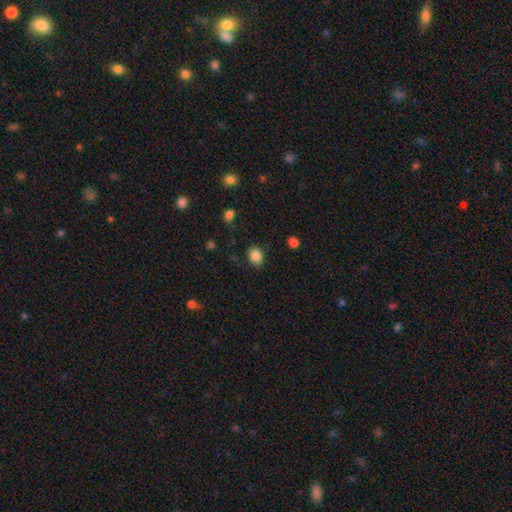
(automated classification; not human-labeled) Smooth or featured: smooth — 85% (star or artifact — 10%)
How rounded: round — 52% (in between — 48%)
Merging: none — 85% (minor disturbance — 11%)